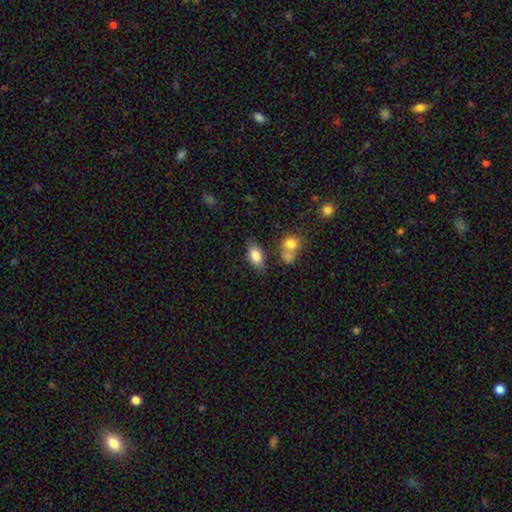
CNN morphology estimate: smooth 81%, featured or disk 11%, star or artifact 8%. Down the decision tree: how rounded — in between (88%); merging — none (70%).